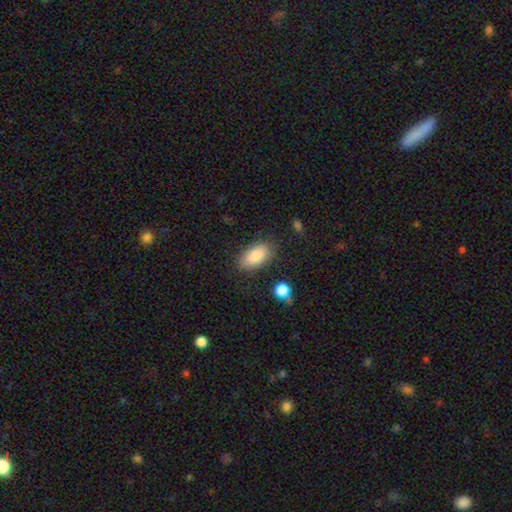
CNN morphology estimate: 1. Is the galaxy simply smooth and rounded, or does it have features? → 86% smooth, 7% featured or disk, 7% star or artifact.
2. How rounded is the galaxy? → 92% in between, 4% cigar-shaped, 4% round.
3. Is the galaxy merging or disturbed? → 81% none, 13% minor disturbance, 4% major disturbance, 2% merger.